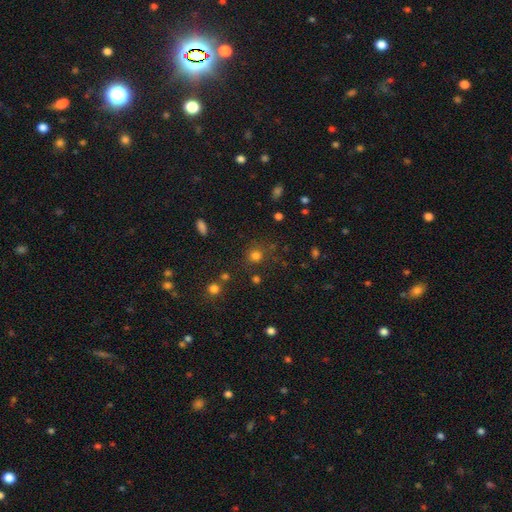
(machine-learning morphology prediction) This appears to be a smooth galaxy with no disk features (75%) that is round (88%). Merging: none (79%).